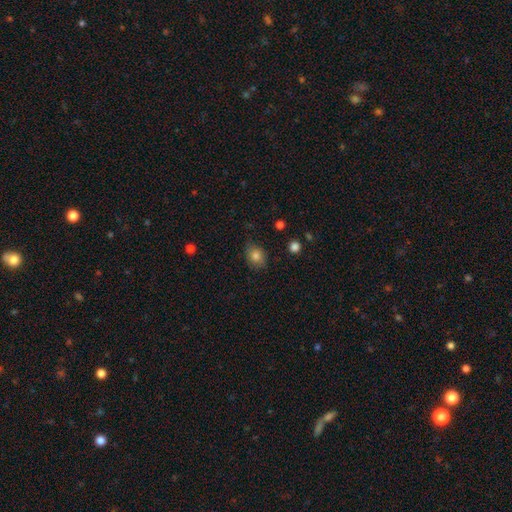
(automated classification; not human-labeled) Smooth or featured? Predicted: smooth (p=0.81). How rounded? Predicted: round (p=0.50). Merging? Predicted: none (p=0.75).